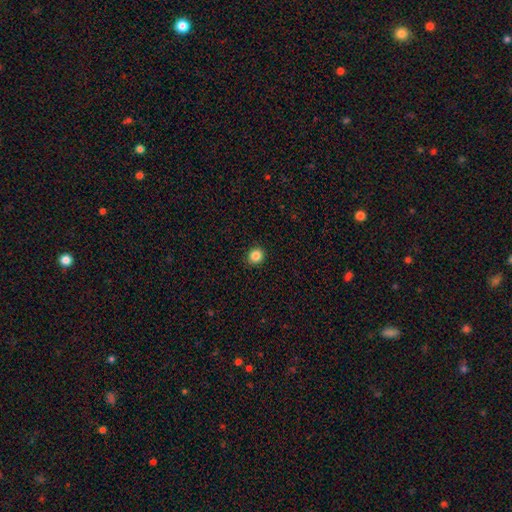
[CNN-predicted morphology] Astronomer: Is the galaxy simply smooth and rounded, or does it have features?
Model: smooth — 85%.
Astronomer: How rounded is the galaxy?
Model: round — 91%.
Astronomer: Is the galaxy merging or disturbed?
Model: none — 92%.